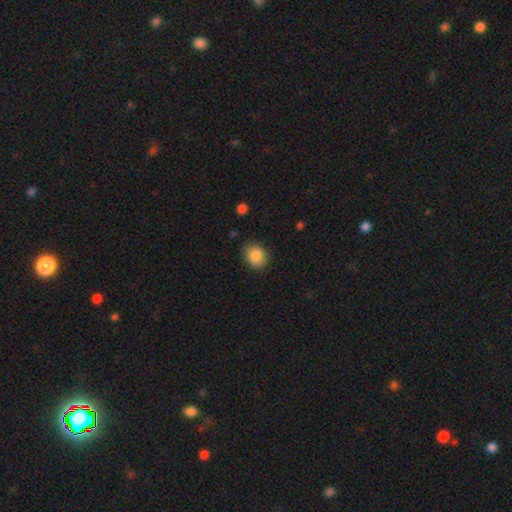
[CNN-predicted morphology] Smooth or featured? Predicted: smooth (p=0.86). How rounded? Predicted: round (p=0.57). Merging? Predicted: none (p=0.86).